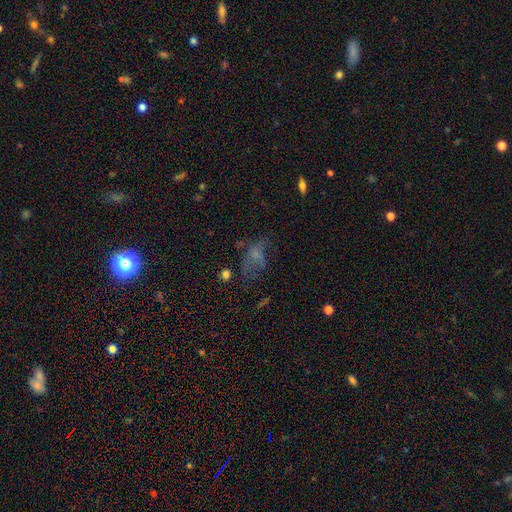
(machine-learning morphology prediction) smooth-or-featured: smooth: 45% | featured or disk: 32% | star or artifact: 23%
  merging: major disturbance: 41% | none: 33% | minor disturbance: 21% | merger: 5%